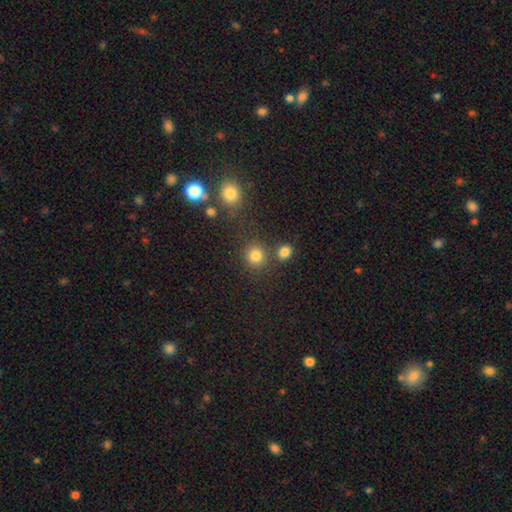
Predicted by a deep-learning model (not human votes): Overall: smooth (81%). How rounded: round (88%). Merging: none (76%).